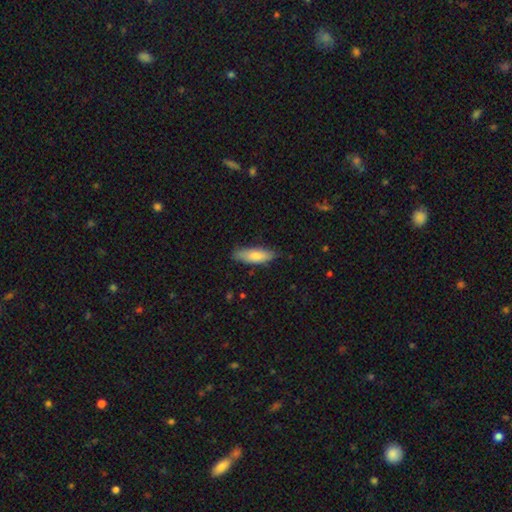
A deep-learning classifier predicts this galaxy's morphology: Smooth or featured? smooth (79%)
How rounded? in between (52%)
Merging? none (80%)